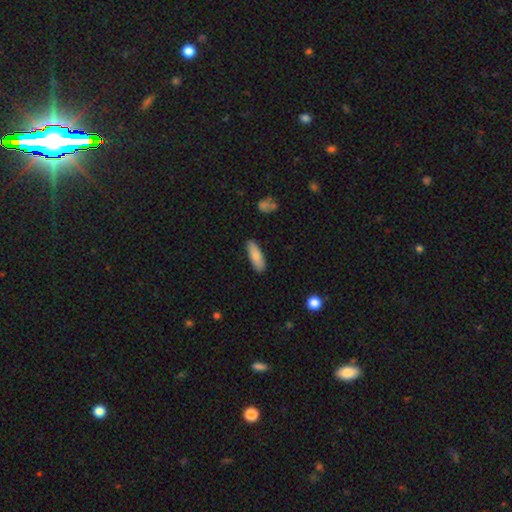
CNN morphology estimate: Overall: smooth (84%). How rounded: in between (55%; cigar-shaped 43%). Merging: none (87%).